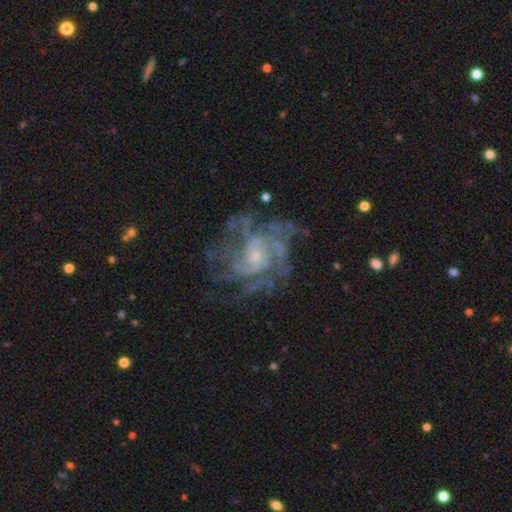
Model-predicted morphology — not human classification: Smooth or featured? featured or disk (86%)
Edge-on disk? no (97%)
Bar? no (70%)
Spiral arms? yes (93%)
Spiral winding? tight (48%)
Spiral arm count? can't tell (30%)
Bulge size? small (71%)
Merging? none (64%)